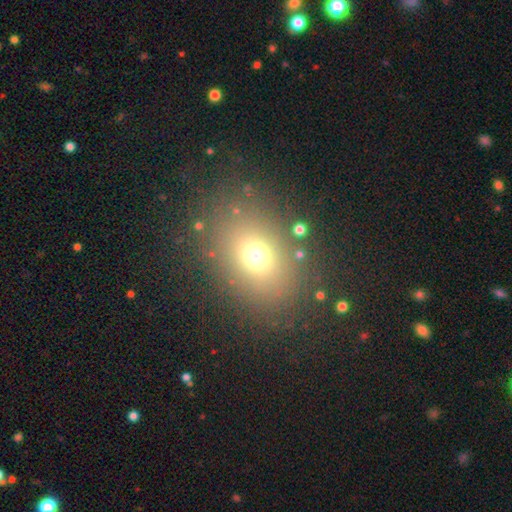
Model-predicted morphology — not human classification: A smooth galaxy with no disk features (69%) that is in between round and cigar-shaped (58%). Merging: none (82%).